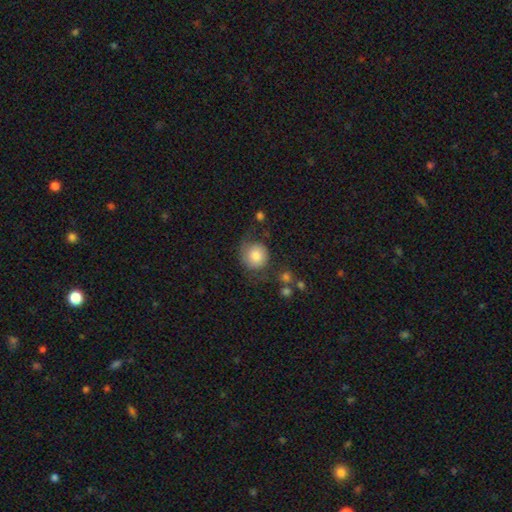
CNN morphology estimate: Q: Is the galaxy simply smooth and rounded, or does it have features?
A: smooth — 74%.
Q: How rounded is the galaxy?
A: round — 85%.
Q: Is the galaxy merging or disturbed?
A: none — 54%.